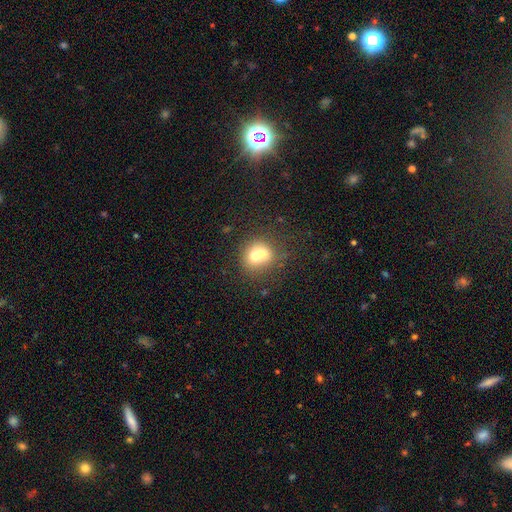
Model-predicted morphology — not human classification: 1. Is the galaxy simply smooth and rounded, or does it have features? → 64% smooth, 25% featured or disk, 11% star or artifact.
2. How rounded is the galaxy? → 78% round, 21% in between, 1% cigar-shaped.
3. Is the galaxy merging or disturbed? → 58% merger, 31% none, 7% minor disturbance, 3% major disturbance.